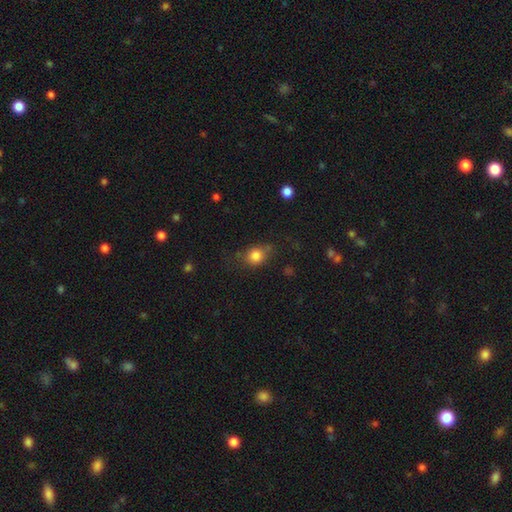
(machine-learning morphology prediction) smooth-or-featured: smooth: 81% | star or artifact: 10% | featured or disk: 9%
  how-rounded: round: 63% | in between: 36% | cigar-shaped: 2%
  merging: none: 58% | minor disturbance: 28% | major disturbance: 11% | merger: 3%